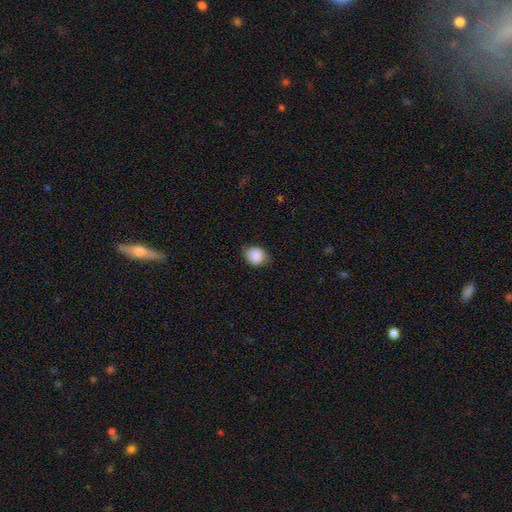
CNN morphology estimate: This is clearly a smooth galaxy (86%). How rounded: likely round (60%). Merging: likely none (72%).